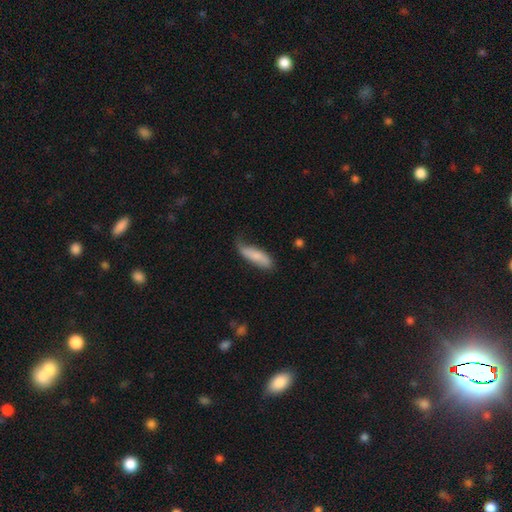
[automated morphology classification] The model was most divided on "how rounded" (2-way tie): cigar-shaped: 49%, in between: 49%, round: 2%. Remaining: smooth or featured — smooth (71%); merging — none (49%).